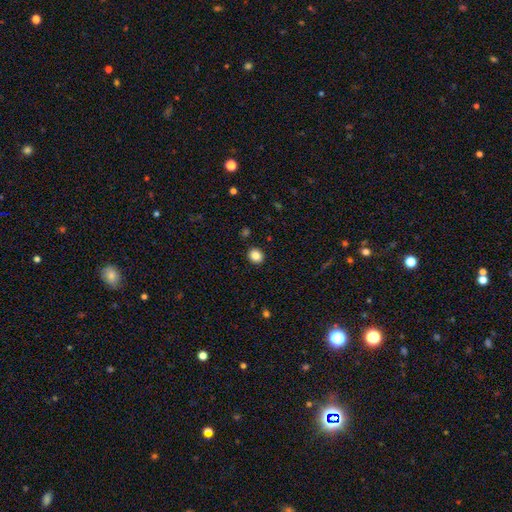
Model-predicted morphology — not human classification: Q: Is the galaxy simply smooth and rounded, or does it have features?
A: smooth — 86%.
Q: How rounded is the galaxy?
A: round — 69%.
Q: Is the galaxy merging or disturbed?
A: none — 90%.